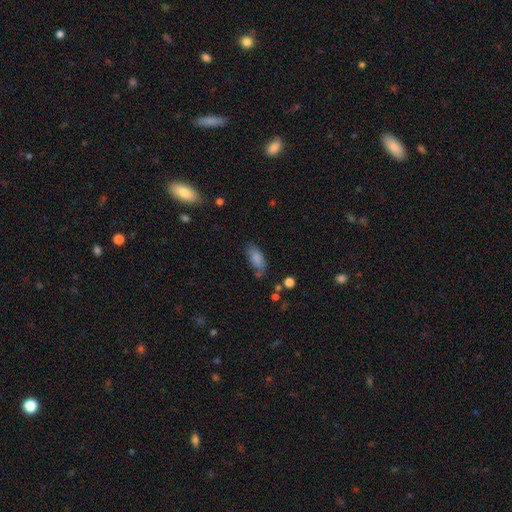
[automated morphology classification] type=smooth (78%); roundness=in between (80%); merging=none (68%).